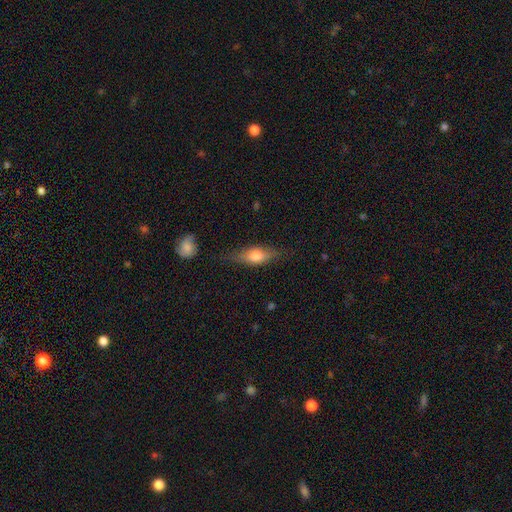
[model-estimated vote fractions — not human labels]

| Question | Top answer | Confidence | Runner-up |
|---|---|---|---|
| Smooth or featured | smooth | 60% | featured or disk (33%) |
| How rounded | in between | 65% | cigar-shaped (29%) |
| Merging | none | 73% | minor disturbance (19%) |